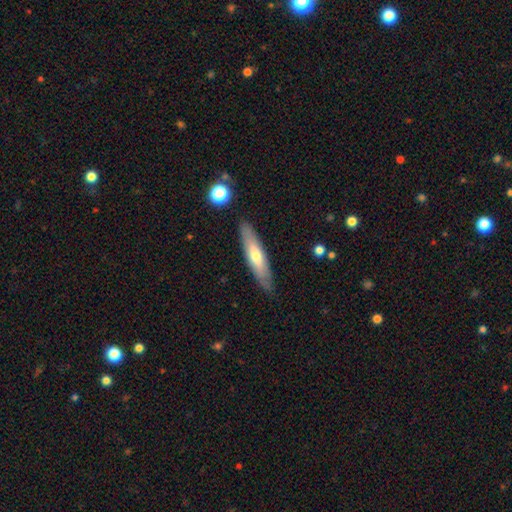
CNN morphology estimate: A smooth galaxy with no disk features (55%) that is cigar-shaped (76%).

Vote fractions:
- Smooth or featured? smooth: 55% / featured or disk: 39% / star or artifact: 6%
- How rounded? cigar-shaped: 76% / in between: 22% / round: 1%
- Merging? none: 85% / minor disturbance: 11% / major disturbance: 2% / merger: 1%